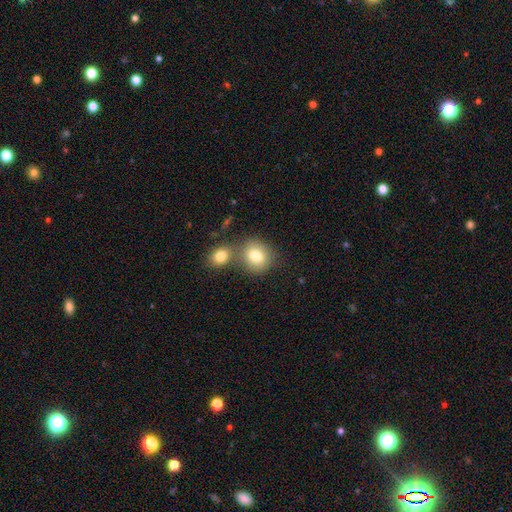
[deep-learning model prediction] Overall: smooth (80%). How rounded: round (72%). Merging: none (52%; merger 34%).